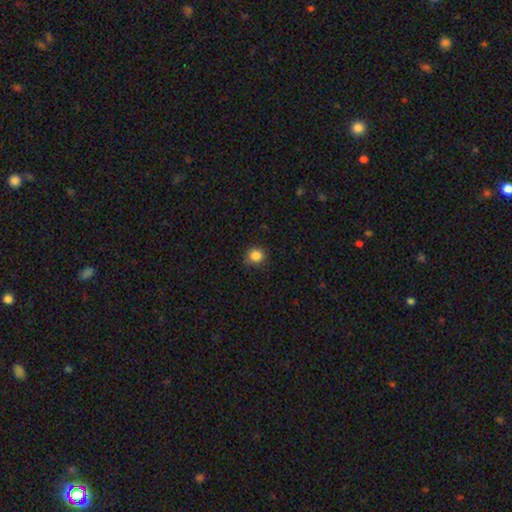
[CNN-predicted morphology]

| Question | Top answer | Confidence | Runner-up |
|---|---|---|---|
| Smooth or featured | smooth | 85% | star or artifact (11%) |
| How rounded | round | 83% | in between (16%) |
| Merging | none | 83% | minor disturbance (13%) |